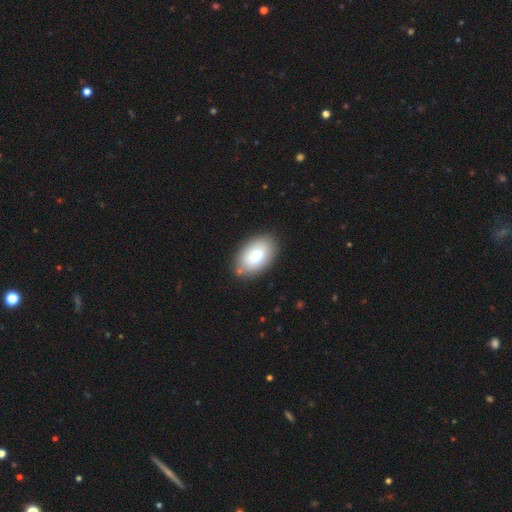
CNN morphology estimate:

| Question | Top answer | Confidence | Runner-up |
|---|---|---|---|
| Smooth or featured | smooth | 78% | featured or disk (16%) |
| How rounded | in between | 92% | round (7%) |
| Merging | none | 76% | minor disturbance (15%) |